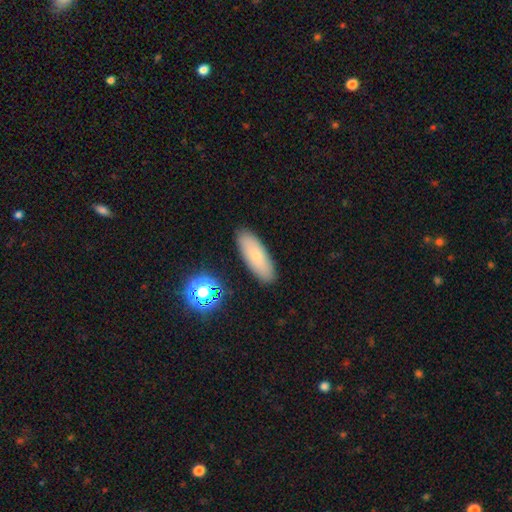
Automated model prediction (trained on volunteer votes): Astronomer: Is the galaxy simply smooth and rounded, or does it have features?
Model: smooth — 75%.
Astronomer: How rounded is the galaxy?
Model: in between — 62%.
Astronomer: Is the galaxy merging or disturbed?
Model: none — 88%.